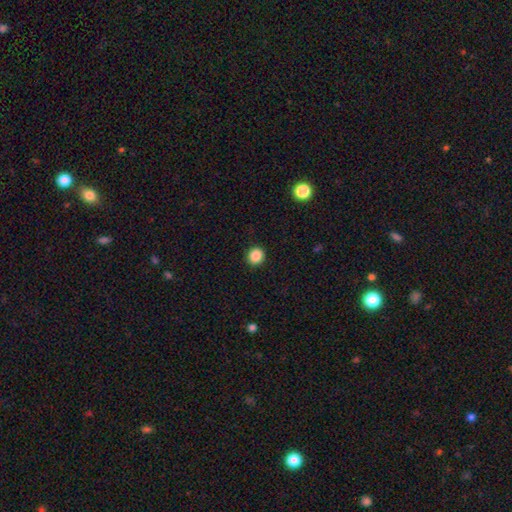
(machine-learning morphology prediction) Smooth or featured?
  - smooth: 87% *
  - star or artifact: 10%
  - featured or disk: 3%
How rounded?
  - round: 88% *
  - in between: 11%
  - cigar-shaped: 1%
Merging?
  - none: 92% *
  - minor disturbance: 5%
  - major disturbance: 2%
  - merger: 1%